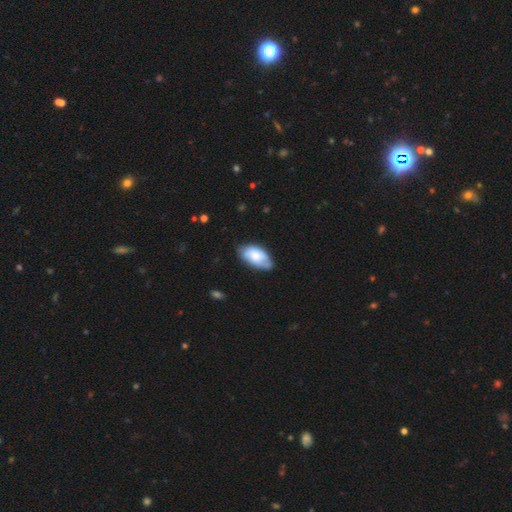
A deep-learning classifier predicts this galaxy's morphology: The model was most divided on "smooth or featured": smooth: 64%, featured or disk: 30%, star or artifact: 6%. More confident: how rounded — in between (94%); merging — none (67%).